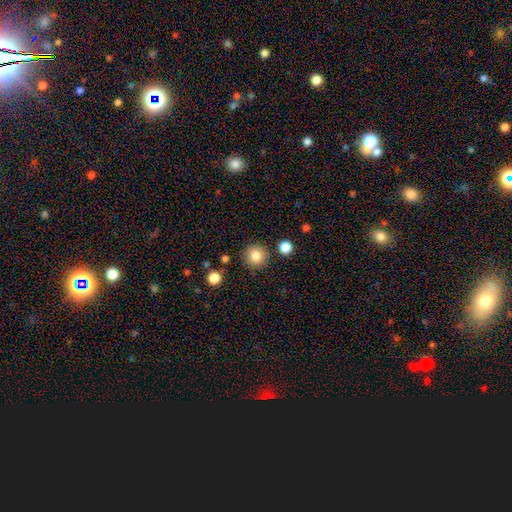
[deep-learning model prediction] Smooth or featured: smooth — 84% (star or artifact — 10%)
How rounded: round — 95% (in between — 4%)
Merging: none — 88% (minor disturbance — 7%)